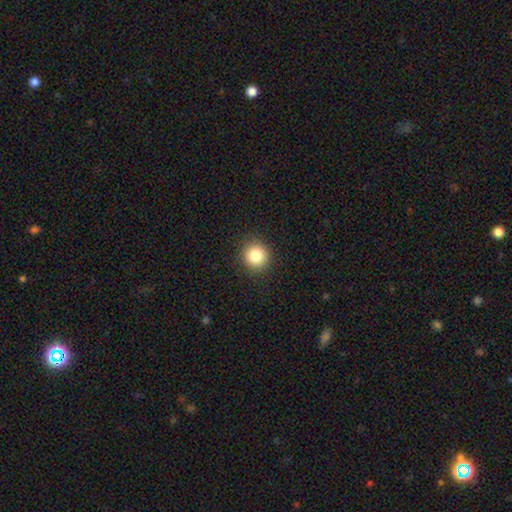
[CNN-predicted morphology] Q: Smooth or featured?
A: smooth (84%); runner-up: star or artifact (11%)
Q: How rounded?
A: round (93%); runner-up: in between (6%)
Q: Merging?
A: none (91%); runner-up: minor disturbance (6%)